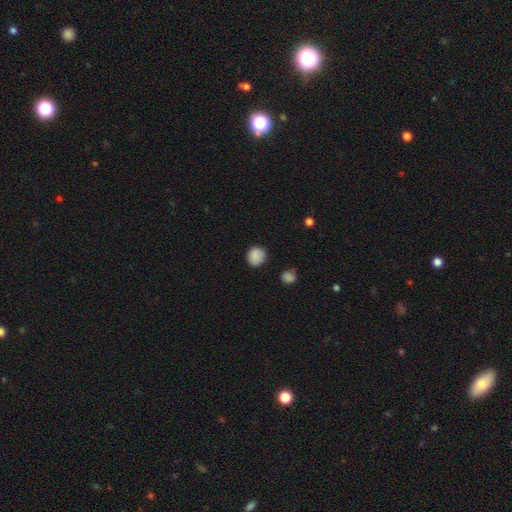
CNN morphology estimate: A smooth galaxy with no disk features (86%) that is round (85%). Merging: none (82%).